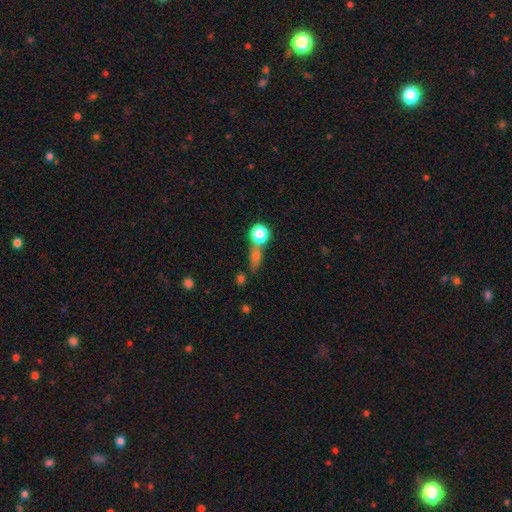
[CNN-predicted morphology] A smooth galaxy with no disk features (62%) that is round (48%).

Vote fractions:
- Smooth or featured? smooth: 62% / star or artifact: 21% / featured or disk: 17%
- How rounded? round: 48% / in between: 31% / cigar-shaped: 21%
- Merging? none: 48% / merger: 32% / minor disturbance: 12% / major disturbance: 8%